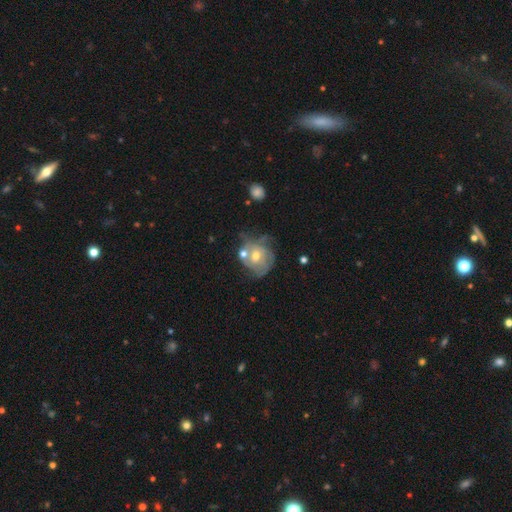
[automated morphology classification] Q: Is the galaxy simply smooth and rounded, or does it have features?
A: featured or disk — 62%.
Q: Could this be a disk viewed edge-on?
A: no — 97%.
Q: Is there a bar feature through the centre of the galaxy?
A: no — 72%.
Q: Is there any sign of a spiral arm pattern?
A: yes — 64%.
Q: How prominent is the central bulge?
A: moderate — 61%.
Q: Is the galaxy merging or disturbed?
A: none — 39%.